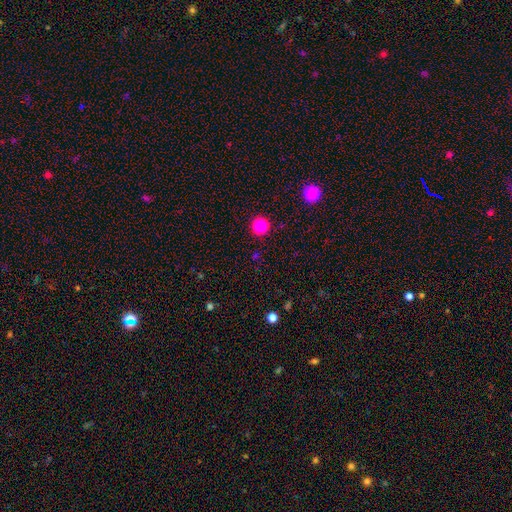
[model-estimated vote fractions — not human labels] Overall: smooth (52%; star or artifact 43%). How rounded: round (90%). Merging: none (86%).